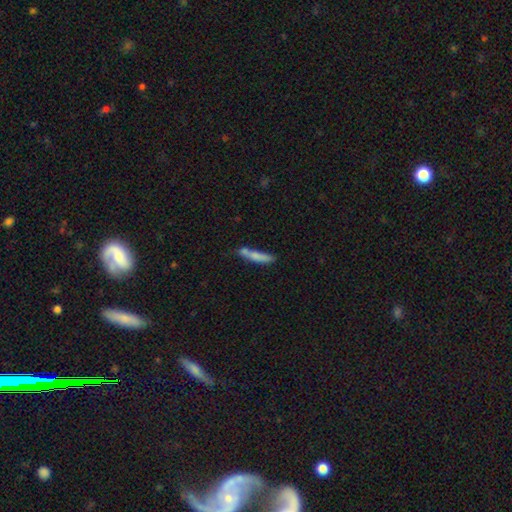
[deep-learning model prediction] The model was most divided on "merging": none: 54%, merger: 21%, minor disturbance: 19%, major disturbance: 6%. More confident: how rounded — cigar-shaped (85%); smooth or featured — smooth (73%).